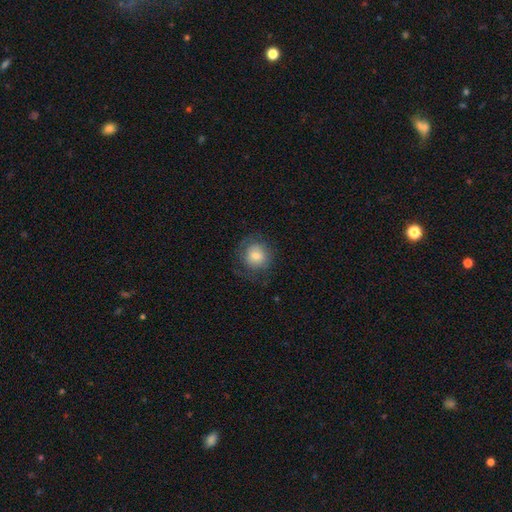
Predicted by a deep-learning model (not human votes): Smooth or featured? smooth (65%)
How rounded? round (88%)
Merging? none (71%)